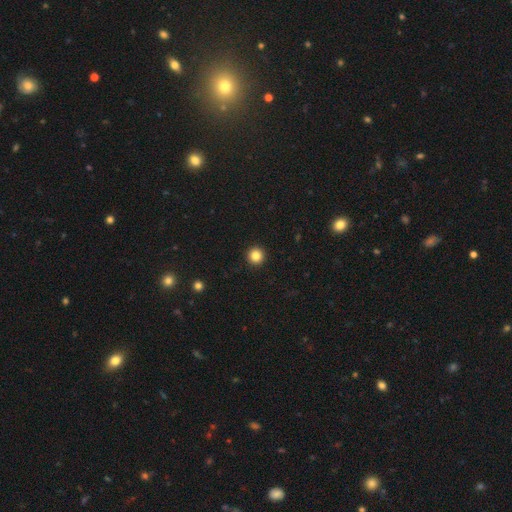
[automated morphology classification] smooth-or-featured: smooth: 85% | star or artifact: 11% | featured or disk: 4%
  how-rounded: round: 96% | in between: 3% | cigar-shaped: 1%
  merging: none: 94% | minor disturbance: 4% | major disturbance: 1% | merger: 1%